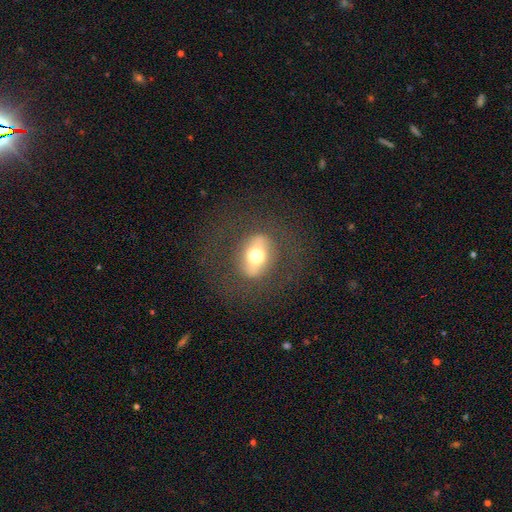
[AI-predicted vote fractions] Smooth or featured? smooth (49%)
Merging? none (78%)